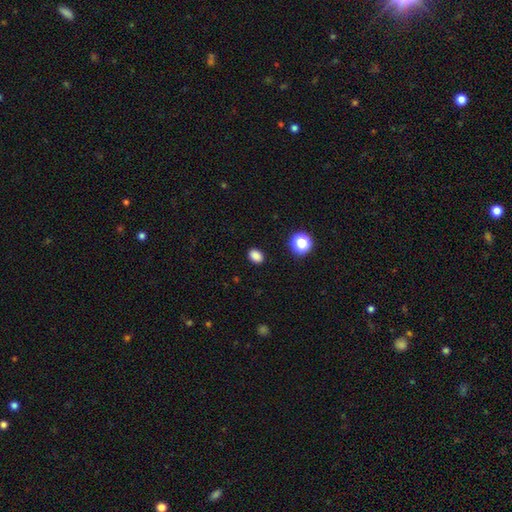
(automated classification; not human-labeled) Smooth or featured? smooth (85%)
How rounded? in between (71%)
Merging? none (89%)